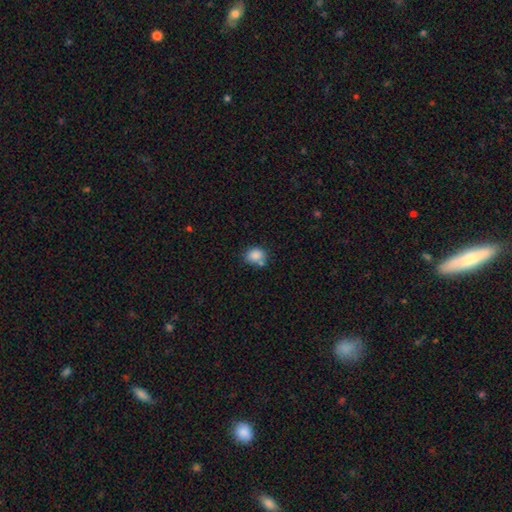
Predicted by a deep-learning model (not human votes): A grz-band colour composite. It shows a smooth galaxy with no disk features (85%) that is round (55%). Merging: none (60%).